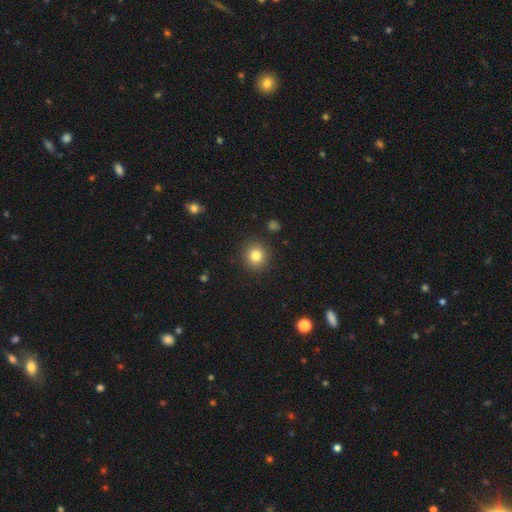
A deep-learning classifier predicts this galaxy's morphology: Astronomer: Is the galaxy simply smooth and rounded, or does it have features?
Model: smooth — 82%.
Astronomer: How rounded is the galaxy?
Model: round — 91%.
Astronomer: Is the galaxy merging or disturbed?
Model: none — 91%.